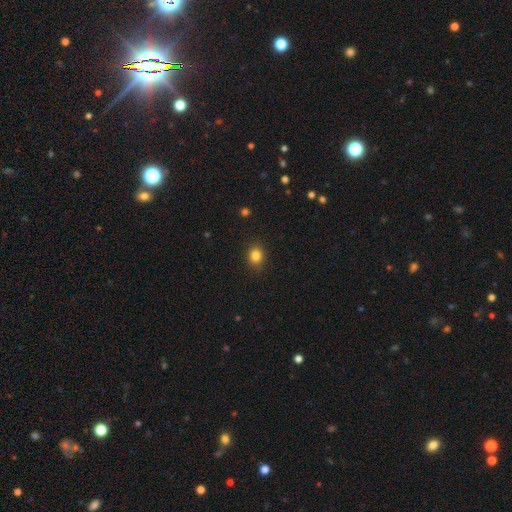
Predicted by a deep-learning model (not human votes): smooth_or_featured: smooth (p=0.84) [alt: star or artifact p=0.12]
how_rounded: round (p=0.71) [alt: in between p=0.28]
merging: none (p=0.88) [alt: minor disturbance p=0.09]